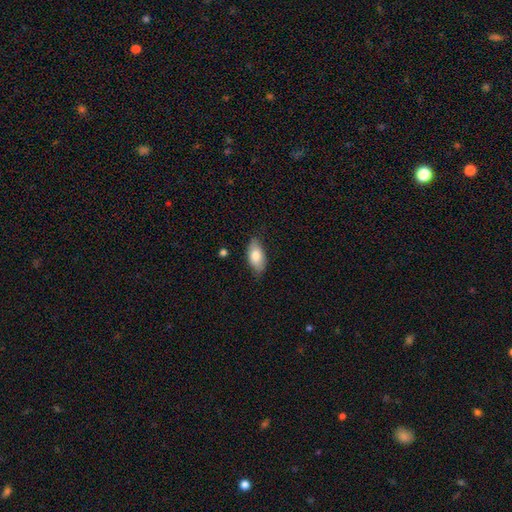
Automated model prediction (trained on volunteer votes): Smooth or featured: smooth — 79% (featured or disk — 15%)
How rounded: in between — 91% (cigar-shaped — 6%)
Merging: none — 78% (minor disturbance — 18%)